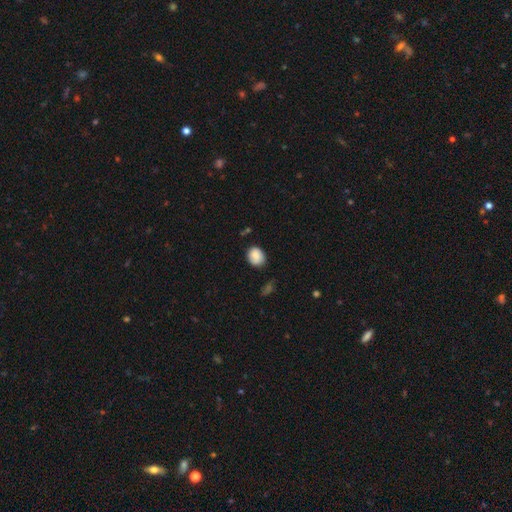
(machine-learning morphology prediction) Smooth or featured? Predicted: smooth (p=0.82). How rounded? Predicted: round (p=0.62). Merging? Predicted: none (p=0.71).